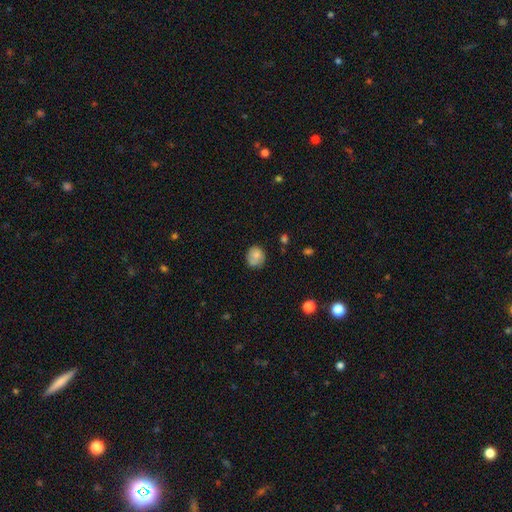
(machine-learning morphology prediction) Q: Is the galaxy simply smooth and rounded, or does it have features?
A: smooth — 76%.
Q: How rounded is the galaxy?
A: round — 70%.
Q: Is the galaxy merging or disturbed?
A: none — 61%.